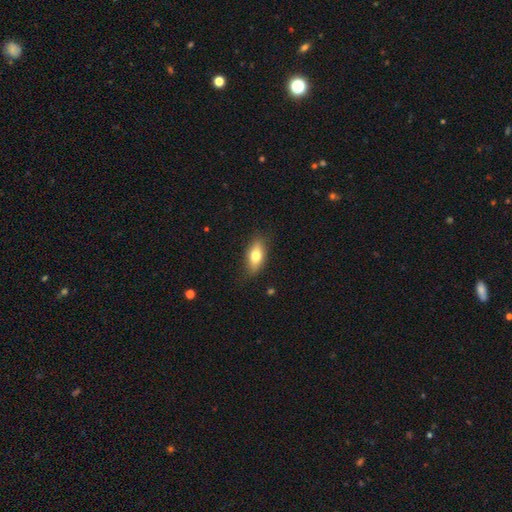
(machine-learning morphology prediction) Q: Smooth or featured?
A: smooth (72%); runner-up: featured or disk (21%)
Q: How rounded?
A: in between (79%); runner-up: cigar-shaped (17%)
Q: Merging?
A: none (83%); runner-up: minor disturbance (13%)